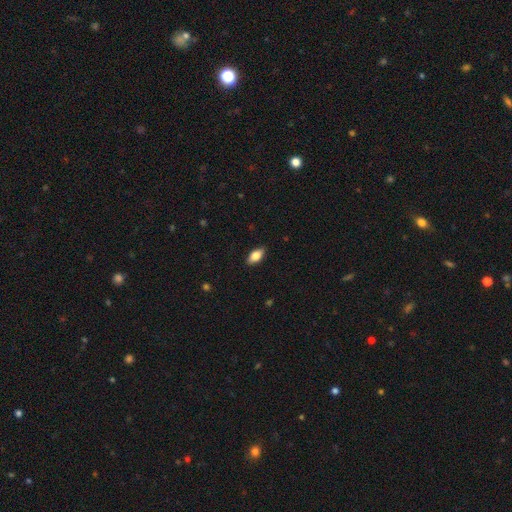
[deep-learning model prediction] smooth_or_featured: smooth (p=0.74) [alt: featured or disk p=0.19]
how_rounded: in between (p=0.88) [alt: cigar-shaped p=0.08]
merging: none (p=0.86) [alt: minor disturbance p=0.11]